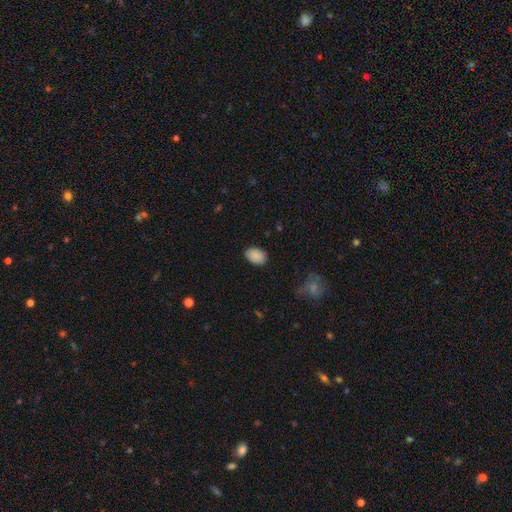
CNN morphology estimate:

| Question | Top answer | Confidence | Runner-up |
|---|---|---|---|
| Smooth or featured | smooth | 89% | star or artifact (7%) |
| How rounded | in between | 85% | round (14%) |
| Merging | none | 84% | minor disturbance (12%) |